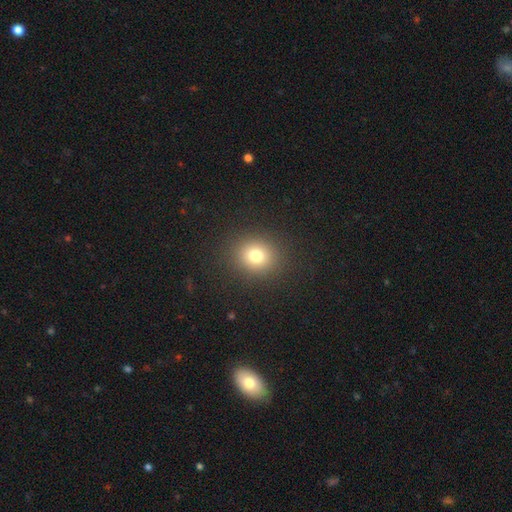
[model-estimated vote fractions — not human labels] Q: Smooth or featured?
A: smooth (77%); runner-up: star or artifact (15%)
Q: How rounded?
A: round (77%); runner-up: in between (22%)
Q: Merging?
A: none (89%); runner-up: minor disturbance (7%)